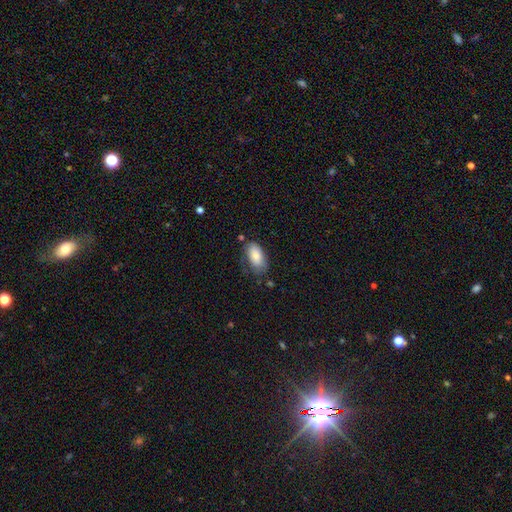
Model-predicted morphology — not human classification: smooth_or_featured: smooth (p=0.82) [alt: featured or disk p=0.11]
how_rounded: in between (p=0.93) [alt: cigar-shaped p=0.03]
merging: none (p=0.59) [alt: minor disturbance p=0.28]